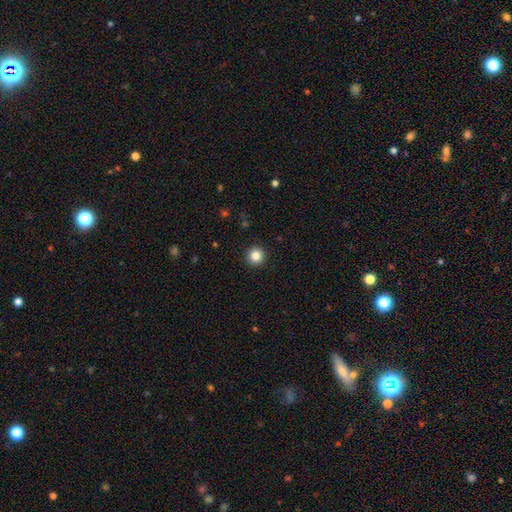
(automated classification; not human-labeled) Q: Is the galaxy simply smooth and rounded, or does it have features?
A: smooth — 84%.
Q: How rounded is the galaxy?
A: round — 96%.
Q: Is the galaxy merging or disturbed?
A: none — 93%.